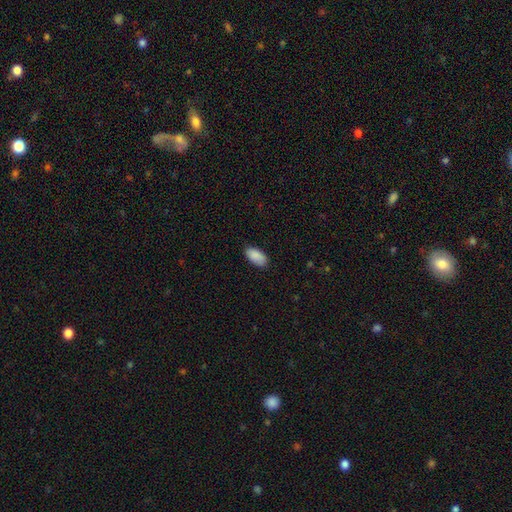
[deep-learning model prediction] smooth-or-featured: smooth: 90% | star or artifact: 6% | featured or disk: 4%
  how-rounded: in between: 94% | cigar-shaped: 4% | round: 2%
  merging: none: 84% | minor disturbance: 12% | major disturbance: 2% | merger: 1%